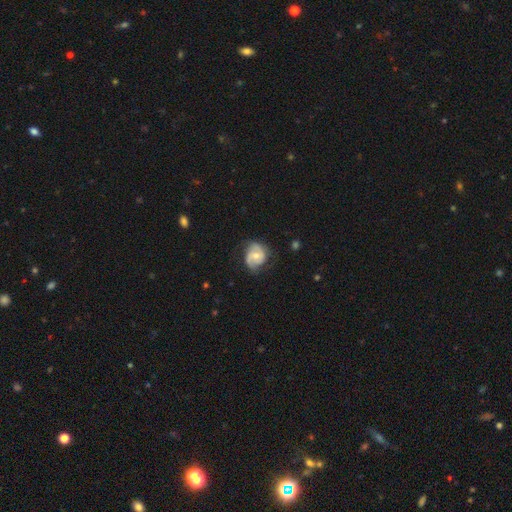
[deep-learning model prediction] This appears to be a featured or disk galaxy (65%) with no bar (56%), 2 (69%) medium (41%) spiral arms (83%) and a moderate central bulge (57%). Merging: none (62%).